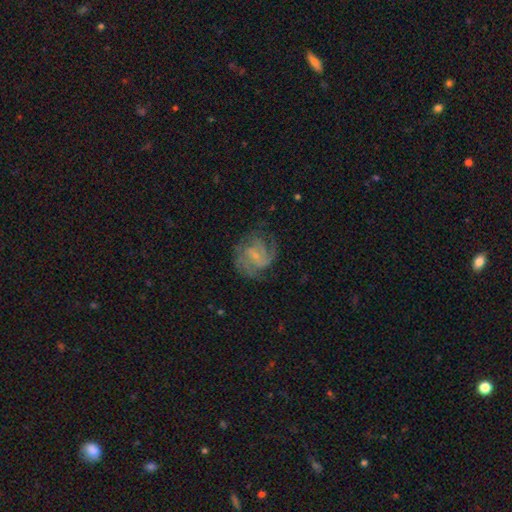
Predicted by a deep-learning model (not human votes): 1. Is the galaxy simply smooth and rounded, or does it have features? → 82% featured or disk, 11% smooth, 7% star or artifact.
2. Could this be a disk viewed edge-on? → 98% no, 2% yes.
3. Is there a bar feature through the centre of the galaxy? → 49% weak, 40% no, 11% strong.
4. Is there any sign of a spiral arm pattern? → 95% yes, 5% no.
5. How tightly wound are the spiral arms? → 46% medium, 40% tight, 14% loose.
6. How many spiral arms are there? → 31% 3, 23% can't tell, 19% 2, 14% 4, 6% 1, 6% more than 4.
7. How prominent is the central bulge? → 71% small, 16% moderate, 11% none, 1% large, 1% dominant.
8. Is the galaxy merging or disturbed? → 69% none, 18% minor disturbance, 12% major disturbance, 1% merger.